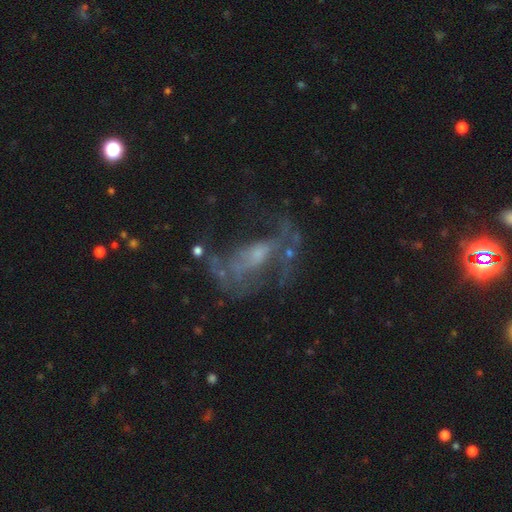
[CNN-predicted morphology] type=featured or disk (71%); edge-on=no (94%); bar=no (48%); spiral arms=yes (59%); bulge=small (43%); merging=none (41%).